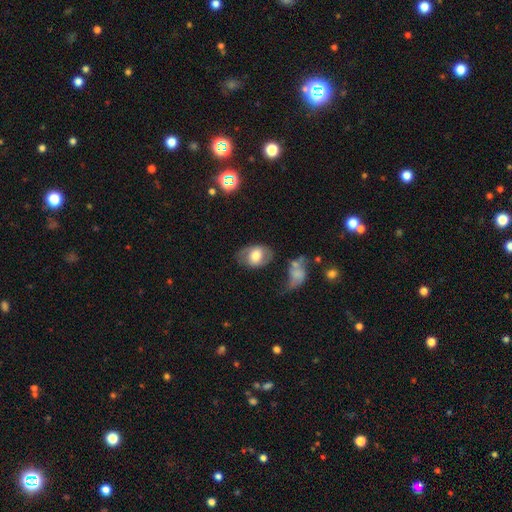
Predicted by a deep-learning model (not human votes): smooth 62%, featured or disk 31%, star or artifact 8%. Down the decision tree: how rounded — in between (75%); merging — none (61%).